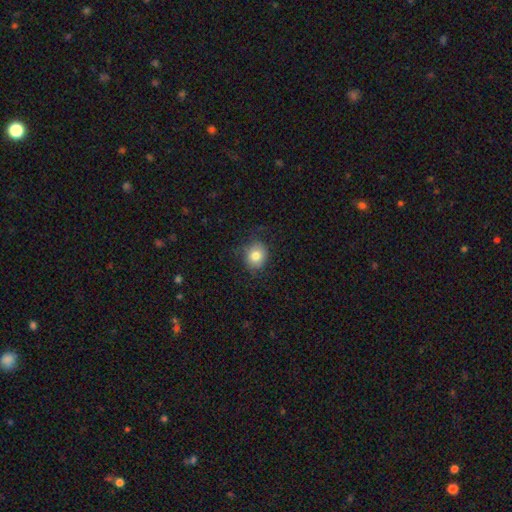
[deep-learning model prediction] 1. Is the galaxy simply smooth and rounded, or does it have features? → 79% smooth, 12% featured or disk, 9% star or artifact.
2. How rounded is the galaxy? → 71% round, 28% in between, 1% cigar-shaped.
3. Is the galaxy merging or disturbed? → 76% none, 16% minor disturbance, 7% major disturbance, 1% merger.